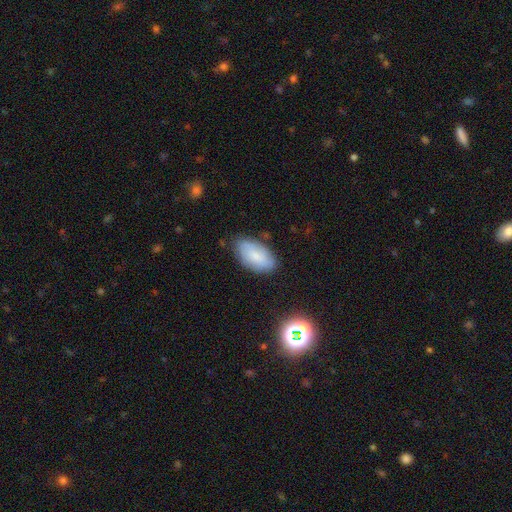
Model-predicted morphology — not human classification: Overall: smooth (65%; featured or disk 26%). How rounded: in between (94%). Merging: none (77%).